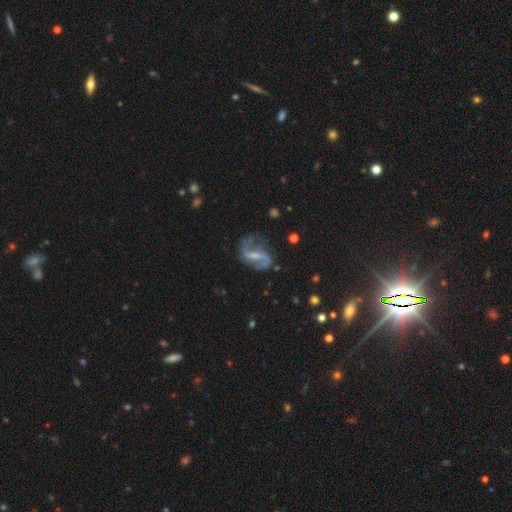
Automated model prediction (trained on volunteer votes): Overall: featured or disk (88%). Edge-on disk: no (97%). Bar: weak (47%; strong 37%). Spiral arms: yes (96%). Spiral arm count: 2 (91%). Spiral winding: loose (59%; medium 34%). Bulge size: small (53%; moderate 26%). Merging: none (66%).